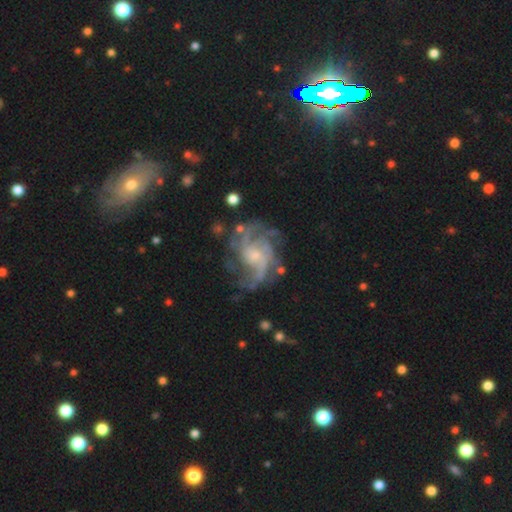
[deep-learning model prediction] A featured or disk galaxy (87%) with no bar (66%), 3 (25%) medium (48%) spiral arms (95%) and a small central bulge (58%).

Vote fractions:
- Smooth or featured? featured or disk: 87% / star or artifact: 7% / smooth: 6%
- Edge-on disk? no: 98% / yes: 2%
- Bar? no: 66% / weak: 29% / strong: 5%
- Spiral arms? yes: 95% / no: 5%
- Spiral winding? medium: 48% / tight: 30% / loose: 22%
- Spiral arm count? 3: 25% / can't tell: 21% / 2: 19% / 4: 18% / more than 4: 9% / 1: 7%
- Bulge size? small: 58% / moderate: 30% / none: 8% / large: 4% / dominant: 1%
- Merging? none: 64% / minor disturbance: 18% / major disturbance: 16% / merger: 3%